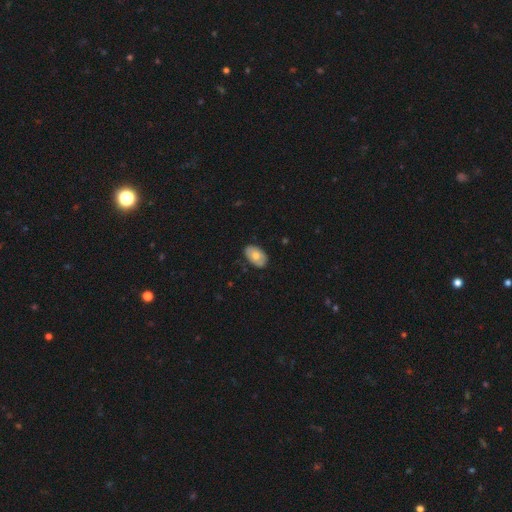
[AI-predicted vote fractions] smooth_or_featured: smooth (p=0.70) [alt: featured or disk p=0.23]
how_rounded: in between (p=0.92) [alt: round p=0.07]
merging: none (p=0.83) [alt: minor disturbance p=0.14]